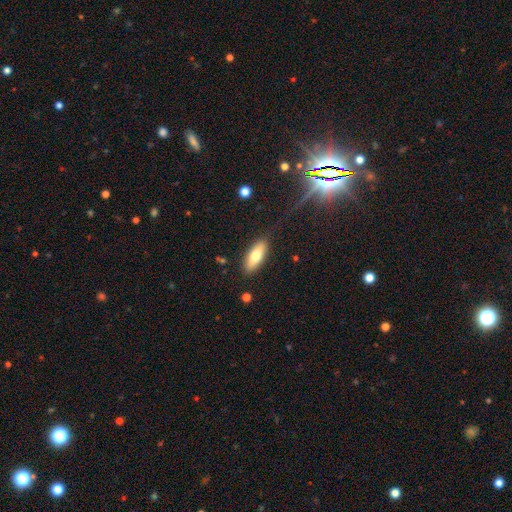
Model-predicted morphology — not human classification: smooth 72%, featured or disk 22%, star or artifact 7%. Down the decision tree: how rounded — in between (72%); merging — none (86%).